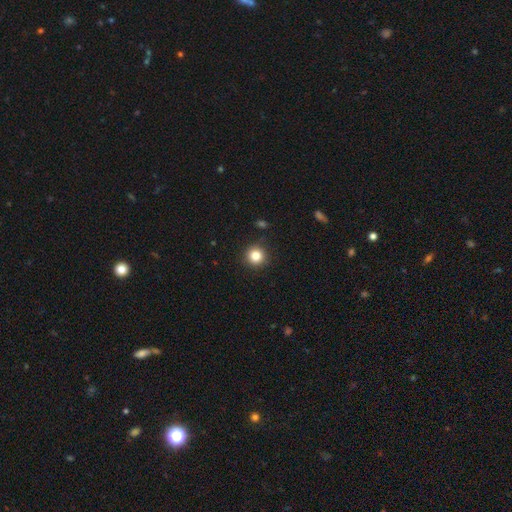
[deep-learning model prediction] This appears to be a smooth galaxy with no disk features (83%) that is round (94%). Merging: none (91%).